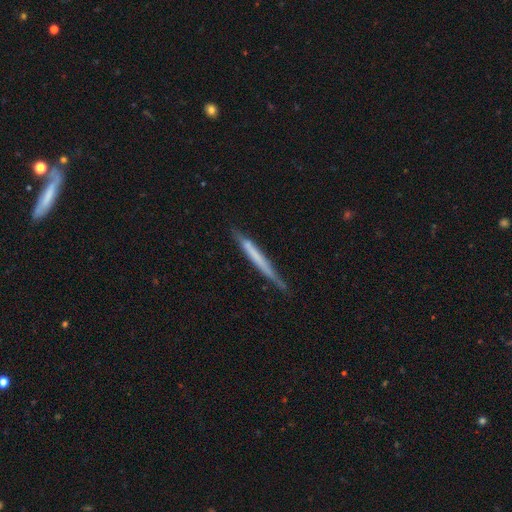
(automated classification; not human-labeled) The model was most divided on "smooth or featured": smooth: 48%, featured or disk: 46%, star or artifact: 6%. More confident: merging — none (77%).